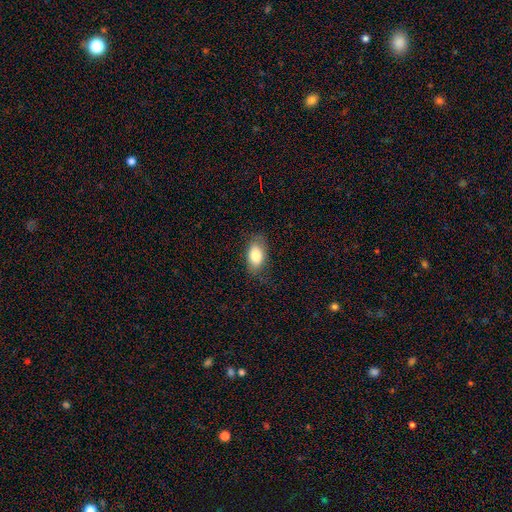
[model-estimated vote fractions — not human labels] smooth_or_featured: smooth (p=0.80) [alt: featured or disk p=0.13]
how_rounded: in between (p=0.90) [alt: round p=0.07]
merging: none (p=0.77) [alt: minor disturbance p=0.17]